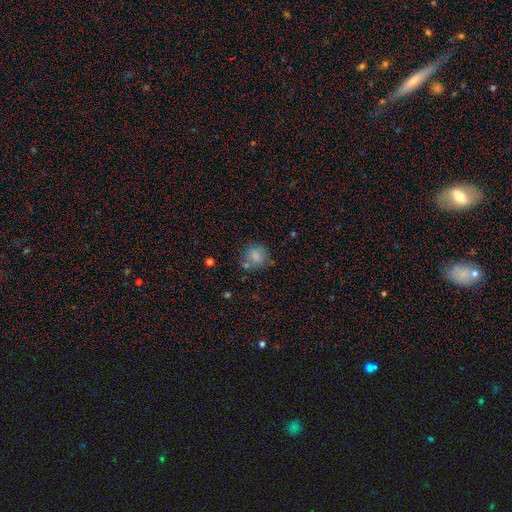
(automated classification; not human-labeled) Morphology: type=smooth (73%); roundness=round (79%); merging=none (62%).